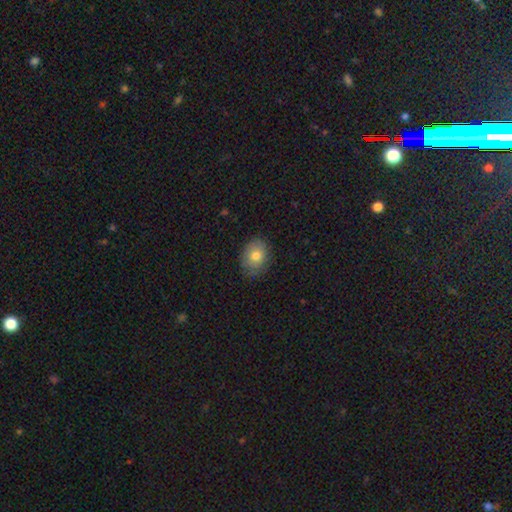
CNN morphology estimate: The model was most divided on "how rounded": in between: 55%, round: 44%, cigar-shaped: 1%. More confident: merging — none (79%); smooth or featured — smooth (77%).